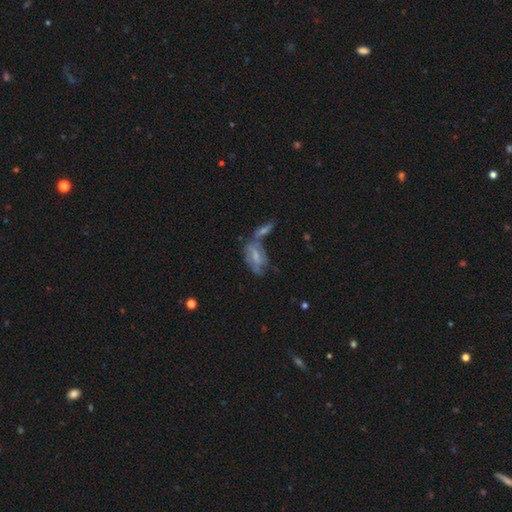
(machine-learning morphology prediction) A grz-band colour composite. It shows a featured or disk galaxy (55%). Merging: merger (34%).